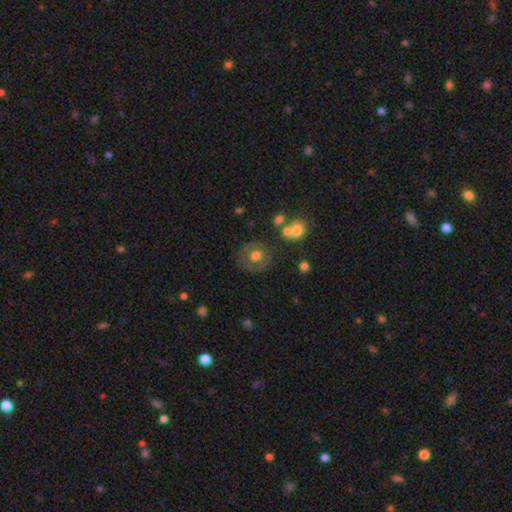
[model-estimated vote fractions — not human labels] Smooth or featured? smooth (56%)
How rounded? round (78%)
Merging? none (74%)